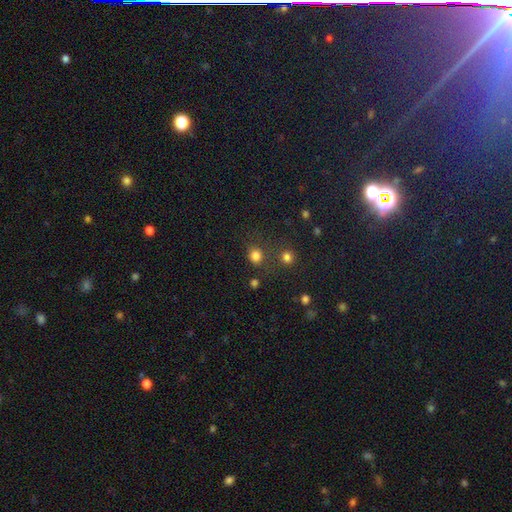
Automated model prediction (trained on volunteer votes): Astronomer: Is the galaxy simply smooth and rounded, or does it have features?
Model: smooth — 79%.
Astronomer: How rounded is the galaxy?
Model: round — 81%.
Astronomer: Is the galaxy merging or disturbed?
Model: none — 71%.